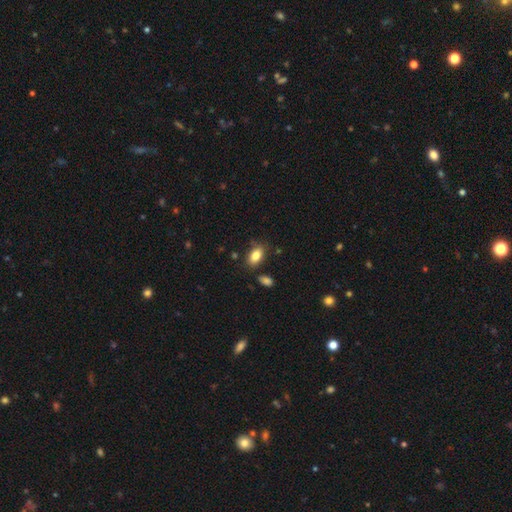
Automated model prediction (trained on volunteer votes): Q: Smooth or featured?
A: smooth (83%); runner-up: featured or disk (9%)
Q: How rounded?
A: in between (90%); runner-up: round (7%)
Q: Merging?
A: none (79%); runner-up: minor disturbance (14%)